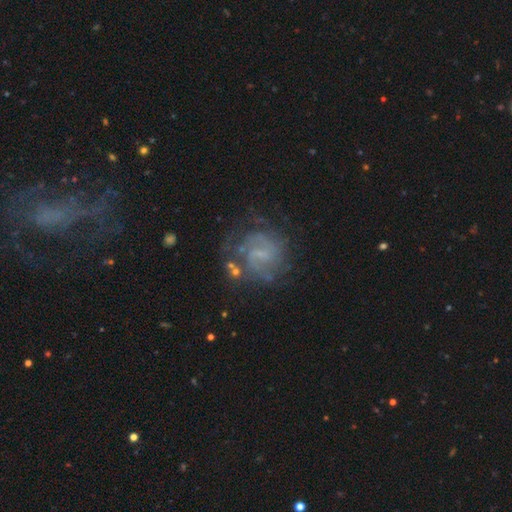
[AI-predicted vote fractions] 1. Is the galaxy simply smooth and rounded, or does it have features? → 71% featured or disk, 16% smooth, 13% star or artifact.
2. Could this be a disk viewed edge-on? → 98% no, 2% yes.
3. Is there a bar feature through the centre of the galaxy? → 47% weak, 41% no, 12% strong.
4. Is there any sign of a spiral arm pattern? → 84% yes, 16% no.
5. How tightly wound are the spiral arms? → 47% tight, 38% medium, 15% loose.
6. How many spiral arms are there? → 39% 2, 35% can't tell, 12% 3, 5% 1, 5% 4, 4% more than 4.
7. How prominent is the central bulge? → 49% small, 33% none, 16% moderate, 2% large, 1% dominant.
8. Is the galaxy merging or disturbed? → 62% none, 17% minor disturbance, 15% major disturbance, 6% merger.